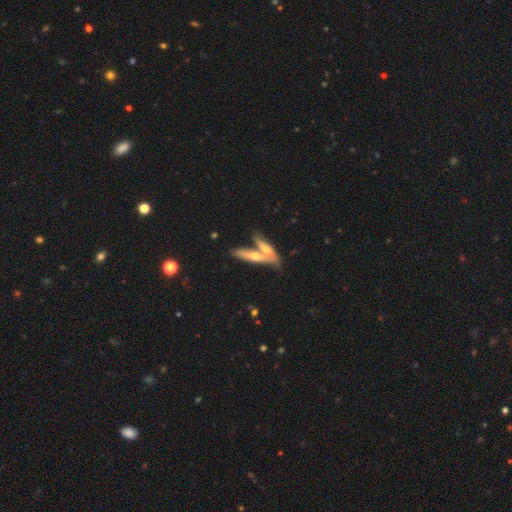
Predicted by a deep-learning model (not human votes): Smooth or featured? featured or disk (49%)
Merging? merger (46%)